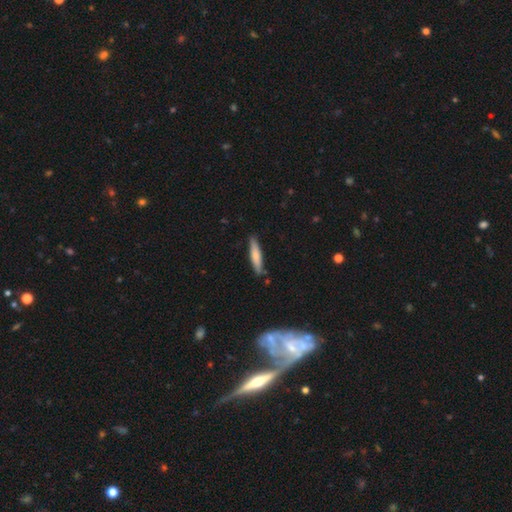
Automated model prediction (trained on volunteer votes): smooth_or_featured: smooth (p=0.71) [alt: featured or disk p=0.23]
how_rounded: cigar-shaped (p=0.86) [alt: in between p=0.13]
merging: none (p=0.84) [alt: minor disturbance p=0.11]